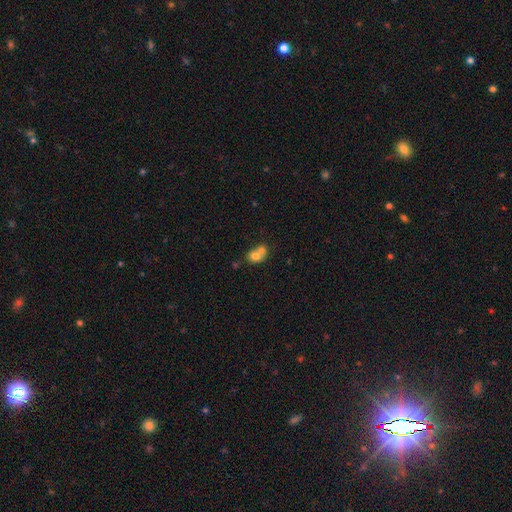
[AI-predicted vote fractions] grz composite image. It shows a smooth galaxy with no disk features (72%) that is round (64%). Merging: merger (67%).